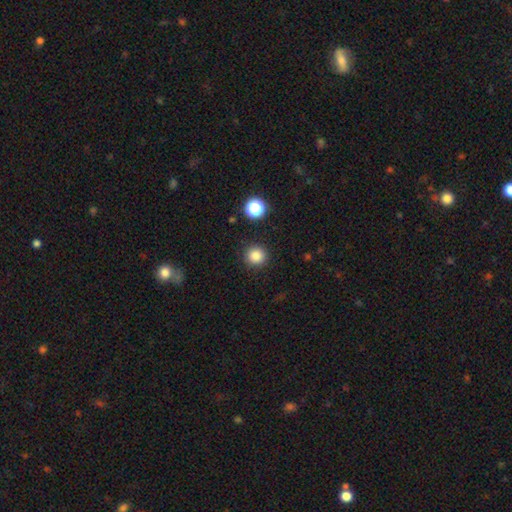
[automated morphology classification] This is clearly a smooth galaxy (84%). How rounded: clearly round (94%). Merging: clearly none (91%).